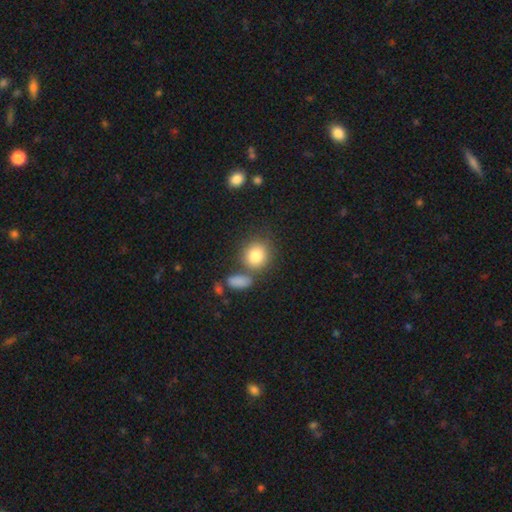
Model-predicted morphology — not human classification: Overall: smooth (82%). How rounded: round (79%). Merging: none (65%).